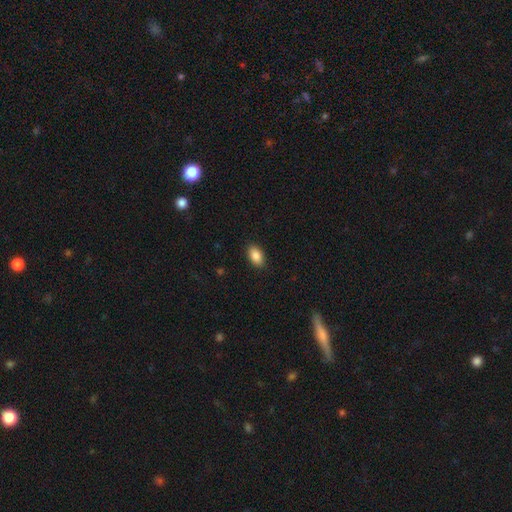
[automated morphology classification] Smooth or featured? smooth (87%)
How rounded? in between (91%)
Merging? none (89%)